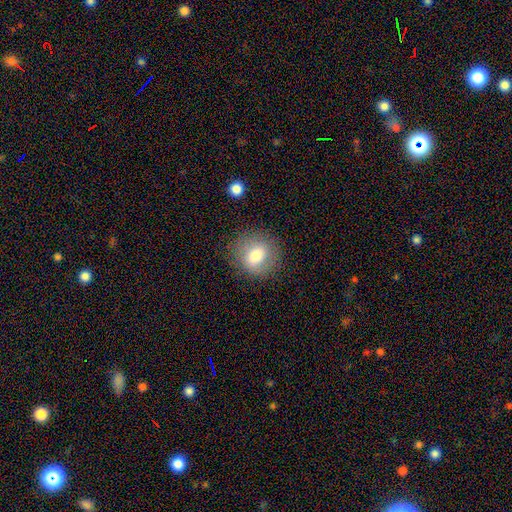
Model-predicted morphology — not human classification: Smooth or featured? smooth (71%)
How rounded? round (80%)
Merging? none (80%)